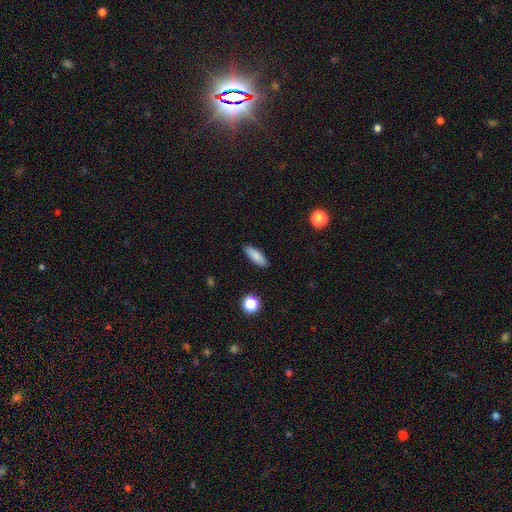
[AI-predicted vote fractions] Smooth or featured? Predicted: smooth (p=0.85). How rounded? Predicted: in between (p=0.56). Merging? Predicted: none (p=0.88).